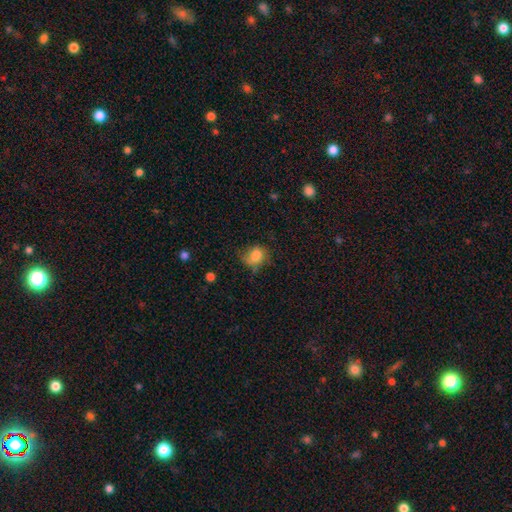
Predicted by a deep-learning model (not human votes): A smooth galaxy with no disk features (77%) that is round (54%).

Vote fractions:
- Smooth or featured? smooth: 77% / featured or disk: 13% / star or artifact: 10%
- How rounded? round: 54% / in between: 45% / cigar-shaped: 1%
- Merging? none: 50% / minor disturbance: 31% / major disturbance: 16% / merger: 3%